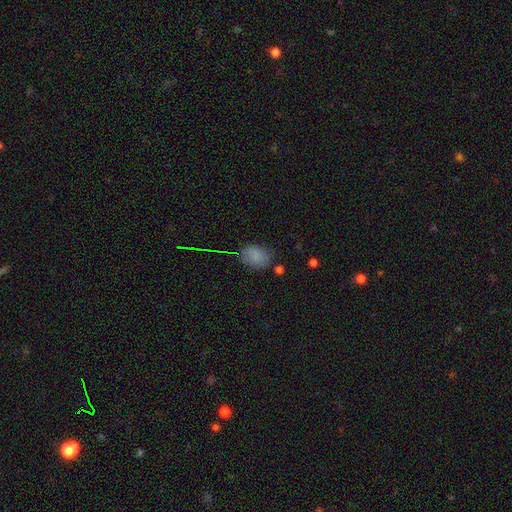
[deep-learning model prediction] Overall: smooth (81%). How rounded: in between (69%; round 30%). Merging: none (75%).